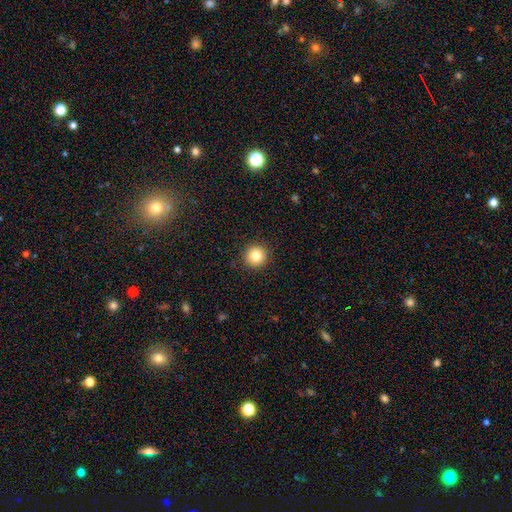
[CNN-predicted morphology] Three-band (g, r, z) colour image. It shows a smooth galaxy with no disk features (83%) that is round (95%). Merging: none (92%).